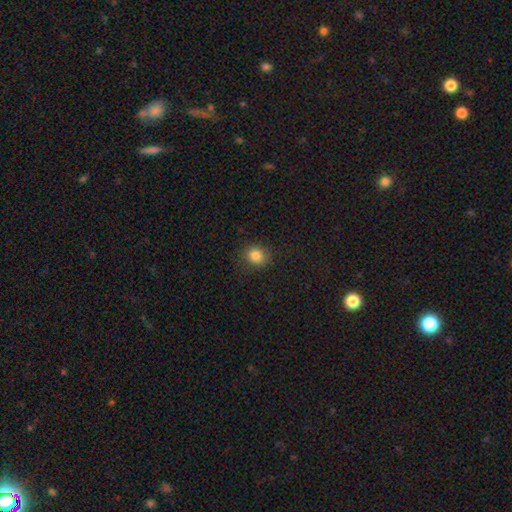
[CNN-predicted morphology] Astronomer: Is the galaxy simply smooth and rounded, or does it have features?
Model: smooth — 84%.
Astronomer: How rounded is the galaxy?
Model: round — 76%.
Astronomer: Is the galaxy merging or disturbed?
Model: none — 84%.